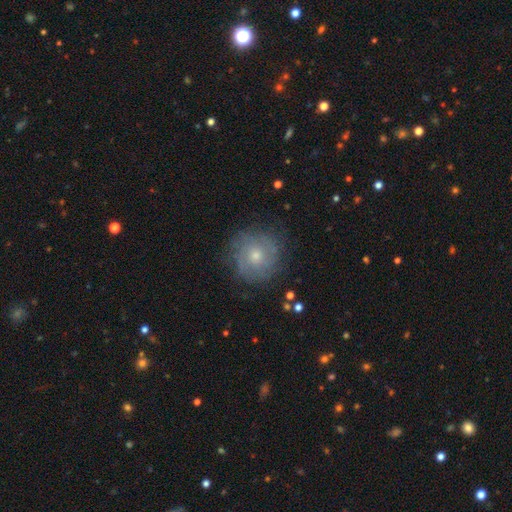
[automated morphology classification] This is possibly a featured or disk galaxy (54%). It is clearly not viewed edge-on (97%). Bar: clearly no (82%). Spiral arm pattern: likely yes (74%). Central bulge: possibly small (49%). Merging: likely none (77%).